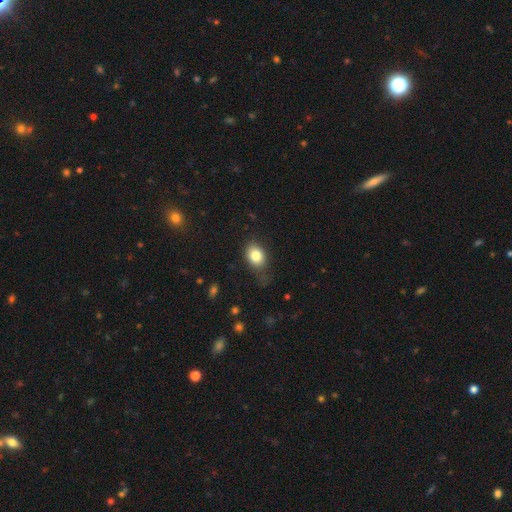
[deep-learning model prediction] A smooth galaxy with no disk features (81%) that is in between round and cigar-shaped (69%). Merging: none (63%).